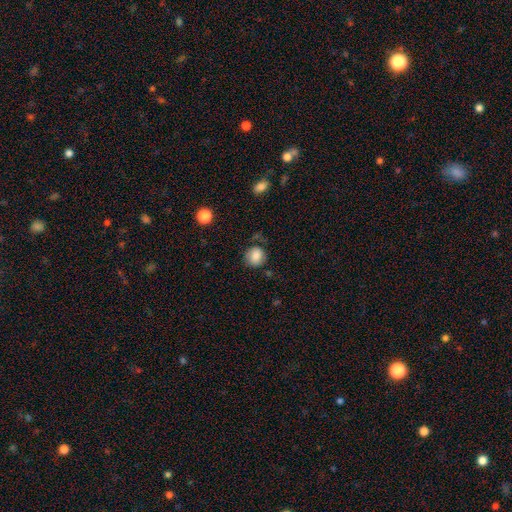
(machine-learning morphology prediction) The model was most divided on "merging": none: 72%, minor disturbance: 18%, major disturbance: 6%, merger: 3%. More confident: how rounded — round (83%); smooth or featured — smooth (82%).